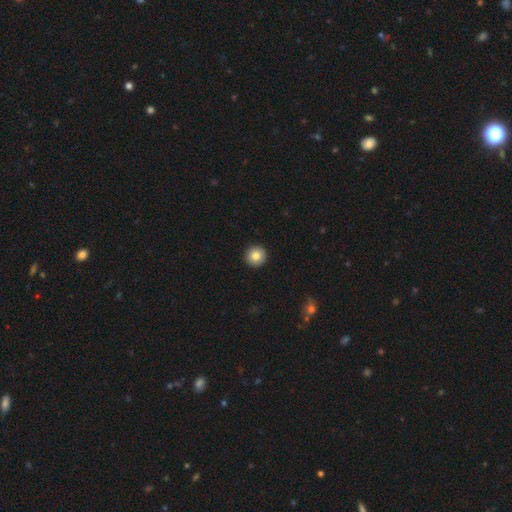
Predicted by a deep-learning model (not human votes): Smooth or featured? smooth (84%)
How rounded? round (96%)
Merging? none (93%)